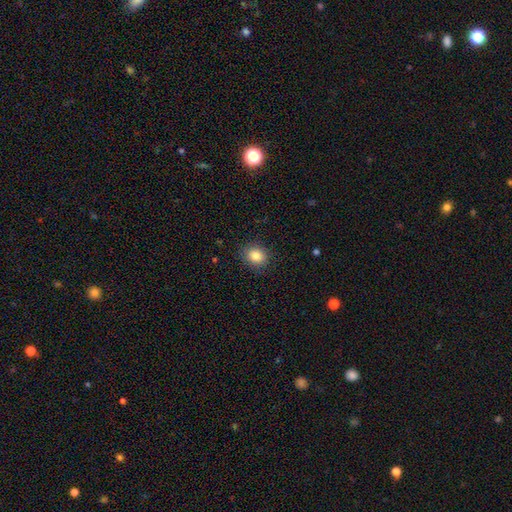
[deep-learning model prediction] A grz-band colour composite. It shows a smooth galaxy with no disk features (86%) that is round (62%). Merging: none (87%).